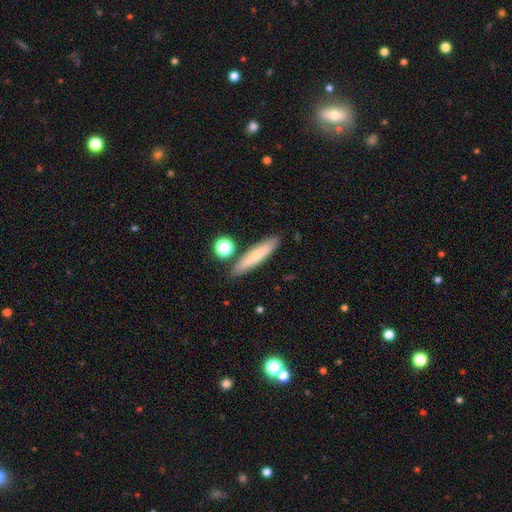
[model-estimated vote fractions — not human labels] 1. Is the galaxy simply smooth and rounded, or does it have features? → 66% smooth, 27% featured or disk, 7% star or artifact.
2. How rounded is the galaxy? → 86% cigar-shaped, 12% in between, 2% round.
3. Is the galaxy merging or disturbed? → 82% none, 10% minor disturbance, 6% merger, 2% major disturbance.